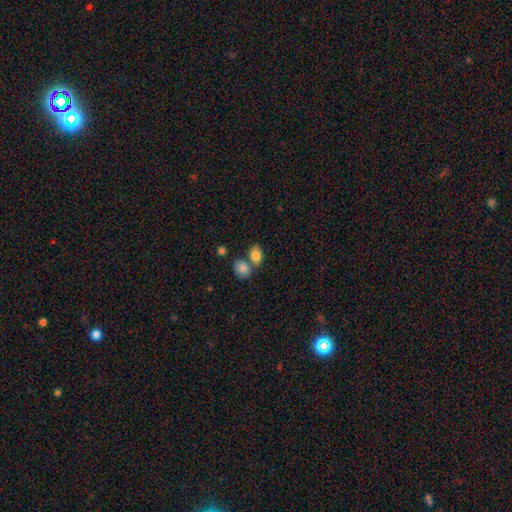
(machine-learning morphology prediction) type=smooth (82%); roundness=in between (81%); merging=none (50%).